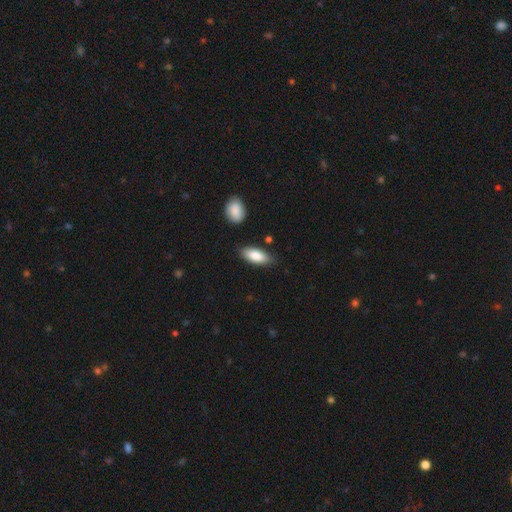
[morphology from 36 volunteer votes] Q: Smooth or featured?
A: smooth (92%); runner-up: featured or disk (8%)
Q: How rounded?
A: in between (91%); runner-up: cigar-shaped (9%)
Q: Merging?
A: none (89%); runner-up: minor disturbance (11%)